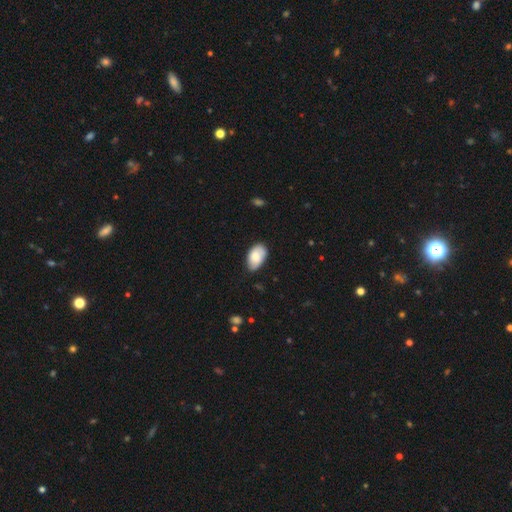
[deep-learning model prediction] Morphology: type=smooth (75%); roundness=in between (93%); merging=none (66%).